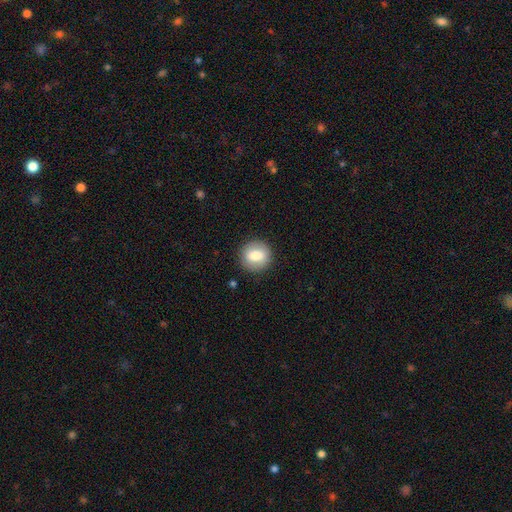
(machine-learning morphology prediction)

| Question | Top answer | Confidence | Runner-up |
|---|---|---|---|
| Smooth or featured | smooth | 73% | featured or disk (19%) |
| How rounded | round | 87% | in between (12%) |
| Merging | none | 89% | minor disturbance (8%) |